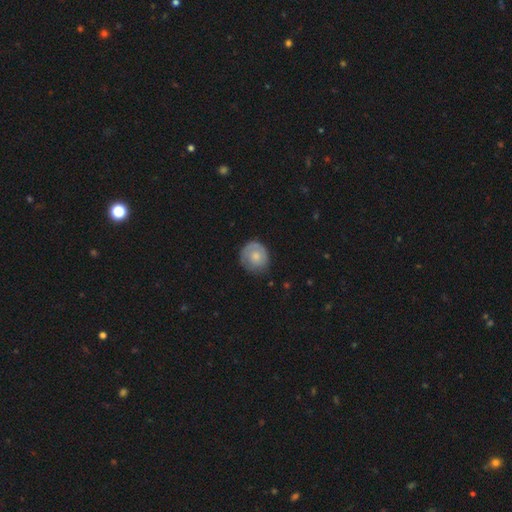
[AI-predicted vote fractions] This appears to be a smooth galaxy with no disk features (58%) that is round (84%). Merging: none (73%).